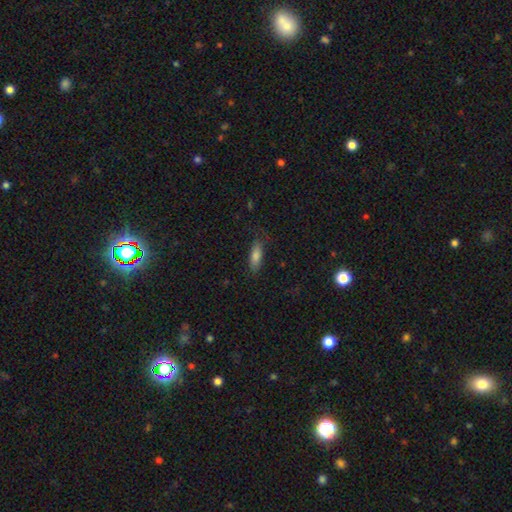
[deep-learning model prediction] A smooth galaxy with no disk features (80%) that is in between round and cigar-shaped (66%).

Vote fractions:
- Smooth or featured? smooth: 80% / featured or disk: 13% / star or artifact: 7%
- How rounded? in between: 66% / cigar-shaped: 32% / round: 2%
- Merging? none: 72% / minor disturbance: 21% / major disturbance: 6% / merger: 1%